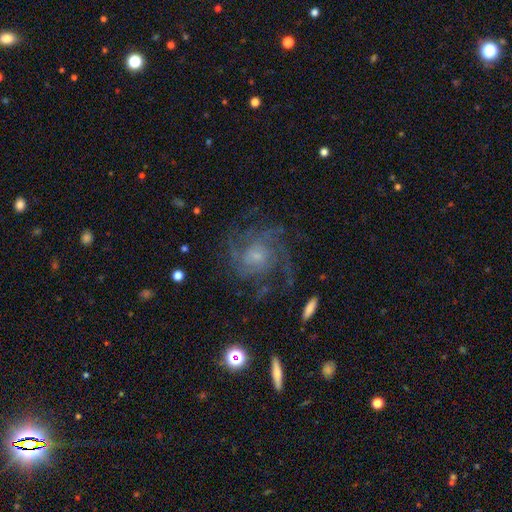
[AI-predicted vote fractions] Q: Smooth or featured?
A: featured or disk (80%); runner-up: smooth (10%)
Q: Edge-on disk?
A: no (97%); runner-up: yes (3%)
Q: Bar?
A: no (69%); runner-up: weak (26%)
Q: Spiral arms?
A: yes (93%); runner-up: no (7%)
Q: Spiral winding?
A: tight (48%); runner-up: medium (39%)
Q: Spiral arm count?
A: can't tell (35%); runner-up: 3 (19%)
Q: Bulge size?
A: small (59%); runner-up: moderate (26%)
Q: Merging?
A: none (70%); runner-up: minor disturbance (15%)